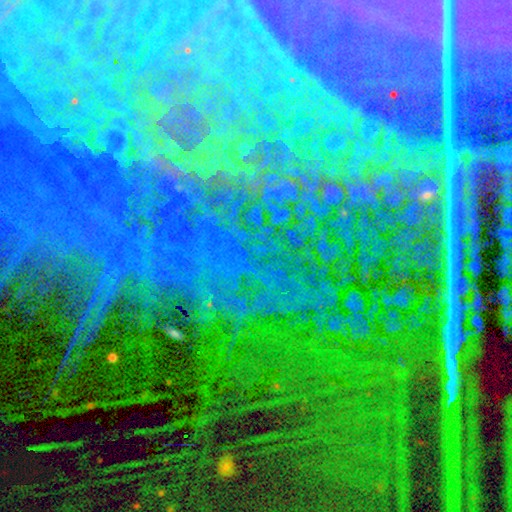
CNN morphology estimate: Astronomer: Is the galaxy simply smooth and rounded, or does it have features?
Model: star or artifact — 87%.